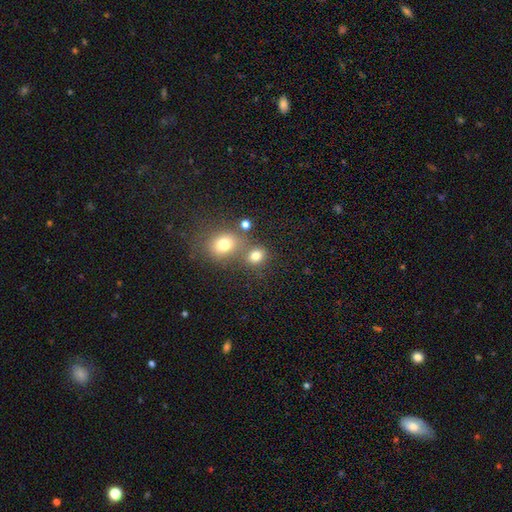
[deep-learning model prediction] Q: Smooth or featured?
A: smooth (77%); runner-up: star or artifact (15%)
Q: How rounded?
A: round (62%); runner-up: in between (37%)
Q: Merging?
A: none (57%); runner-up: merger (28%)